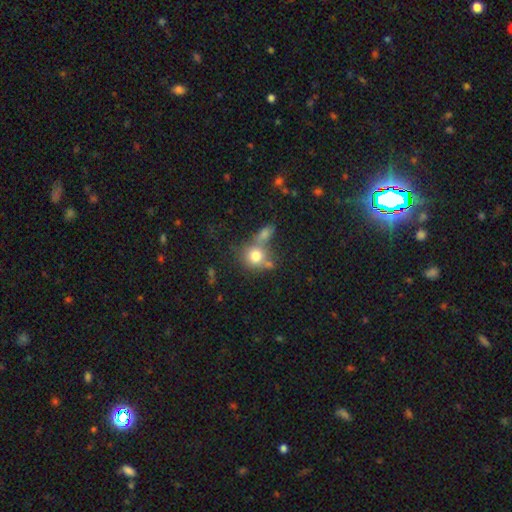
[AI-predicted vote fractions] Q: Smooth or featured?
A: smooth (75%); runner-up: featured or disk (13%)
Q: How rounded?
A: round (80%); runner-up: in between (18%)
Q: Merging?
A: none (43%); runner-up: merger (38%)